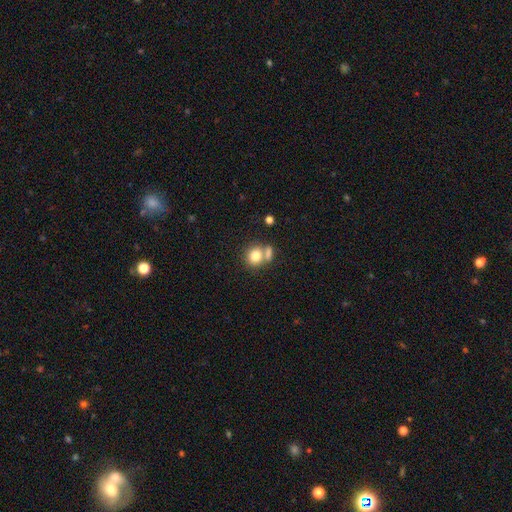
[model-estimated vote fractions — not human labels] The model was most divided on "merging": none: 47%, merger: 38%, minor disturbance: 10%, major disturbance: 4%. More confident: smooth or featured — smooth (79%); how rounded — round (75%).